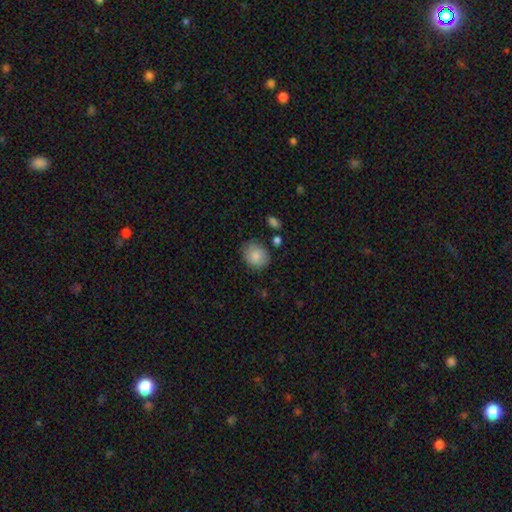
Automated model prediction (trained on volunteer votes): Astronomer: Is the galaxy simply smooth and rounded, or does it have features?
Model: smooth — 86%.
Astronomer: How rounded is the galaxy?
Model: round — 63%.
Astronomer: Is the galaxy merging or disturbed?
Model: none — 77%.